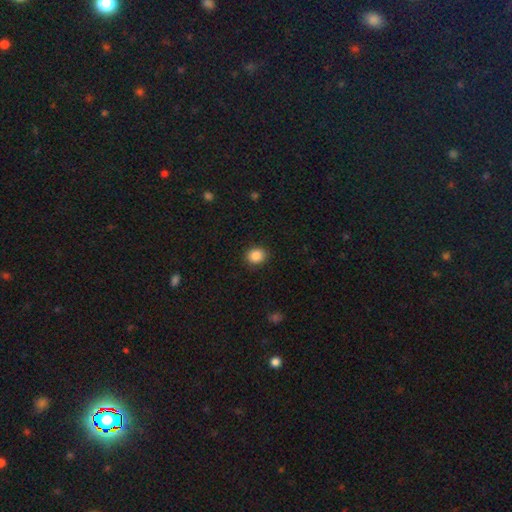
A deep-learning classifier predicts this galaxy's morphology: Smooth or featured? Predicted: smooth (p=0.88). How rounded? Predicted: round (p=0.68). Merging? Predicted: none (p=0.89).